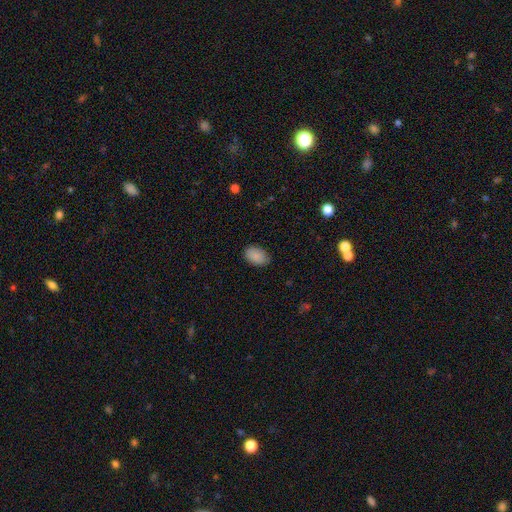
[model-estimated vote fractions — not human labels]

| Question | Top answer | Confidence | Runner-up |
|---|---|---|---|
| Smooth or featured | smooth | 89% | star or artifact (7%) |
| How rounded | in between | 90% | round (9%) |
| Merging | none | 83% | minor disturbance (13%) |